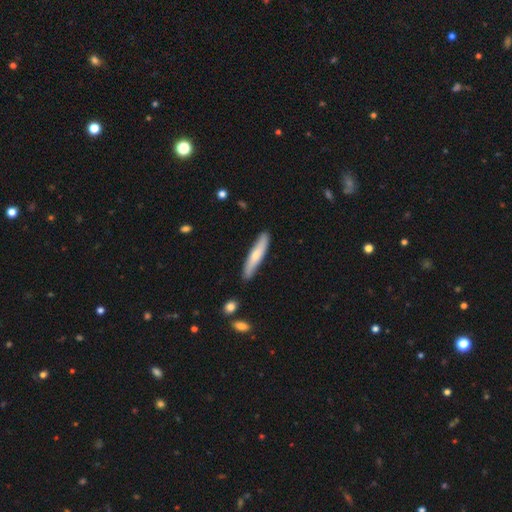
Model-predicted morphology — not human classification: type=smooth (56%); roundness=cigar-shaped (88%); merging=none (85%).